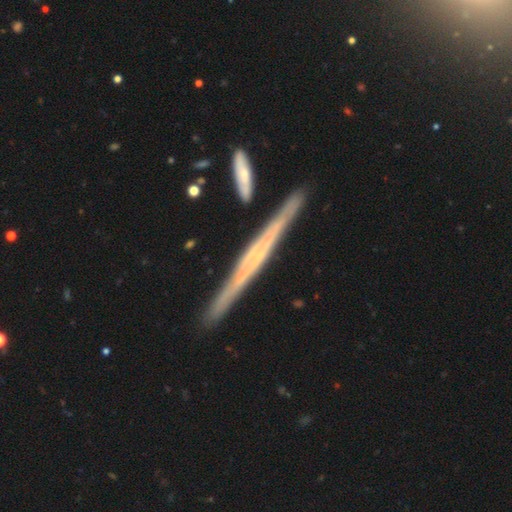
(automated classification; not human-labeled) smooth_or_featured: featured or disk (p=0.76) [alt: smooth p=0.18]
disk_edge_on: yes (p=0.97) [alt: no p=0.03]
edge_on_bulge: none (p=0.53) [alt: rounded p=0.26]
merging: none (p=0.84) [alt: minor disturbance p=0.08]